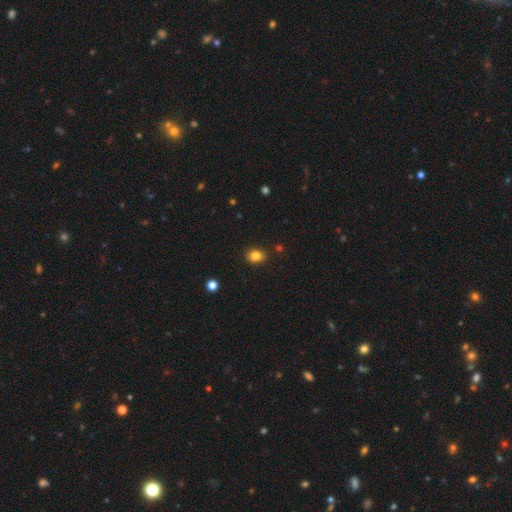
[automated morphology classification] smooth-or-featured: smooth: 84% | star or artifact: 12% | featured or disk: 5%
  how-rounded: round: 52% | in between: 47% | cigar-shaped: 1%
  merging: none: 87% | minor disturbance: 9% | major disturbance: 2% | merger: 2%